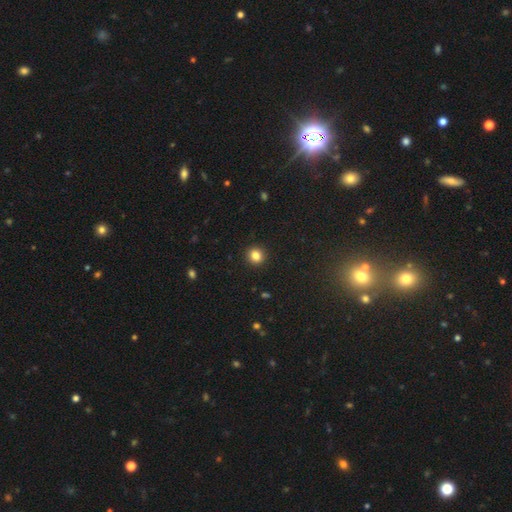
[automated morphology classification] Smooth or featured: smooth — 84% (star or artifact — 11%)
How rounded: round — 88% (in between — 11%)
Merging: none — 92% (minor disturbance — 5%)